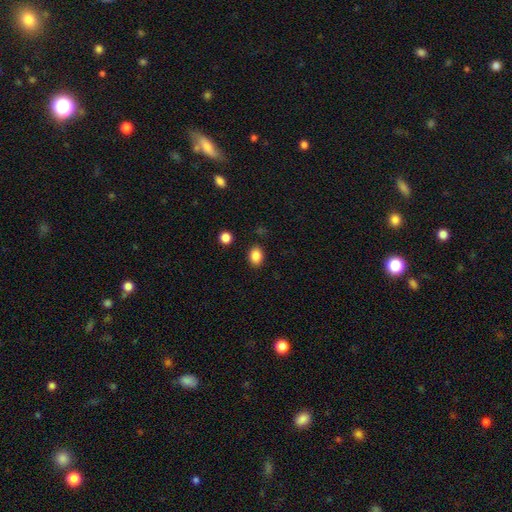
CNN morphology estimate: Q: Smooth or featured?
A: smooth (86%); runner-up: star or artifact (10%)
Q: How rounded?
A: in between (63%); runner-up: round (36%)
Q: Merging?
A: none (87%); runner-up: minor disturbance (9%)